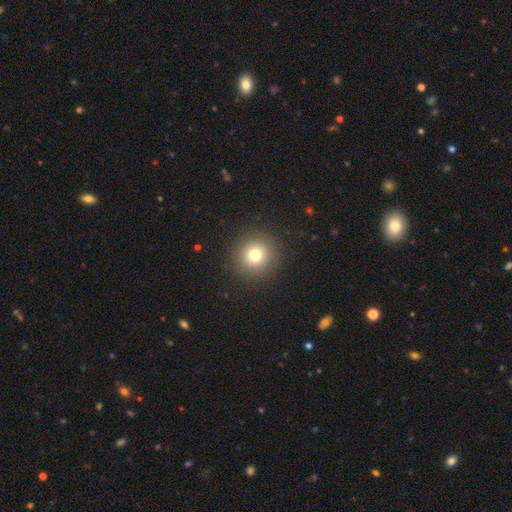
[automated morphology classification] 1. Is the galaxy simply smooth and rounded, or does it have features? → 66% smooth, 27% star or artifact, 6% featured or disk.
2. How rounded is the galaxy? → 94% round, 5% in between, 1% cigar-shaped.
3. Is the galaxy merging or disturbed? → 93% none, 4% minor disturbance, 2% major disturbance, 1% merger.